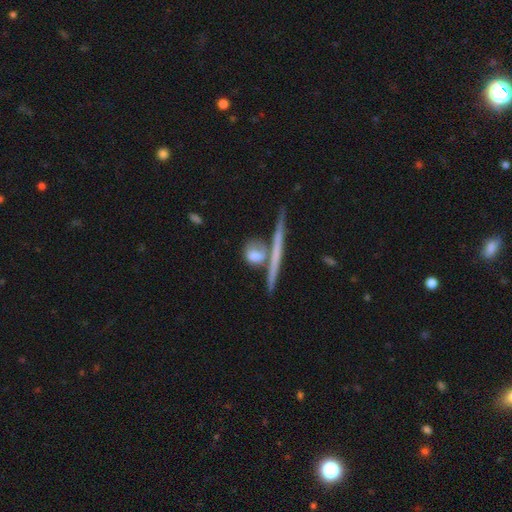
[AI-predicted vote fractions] Smooth or featured?
  - smooth: 56% *
  - featured or disk: 34%
  - star or artifact: 9%
How rounded?
  - round: 41% * (tied)
  - cigar-shaped: 41% * (tied)
  - in between: 18%
Merging?
  - none: 60% *
  - merger: 21%
  - minor disturbance: 13%
  - major disturbance: 6%